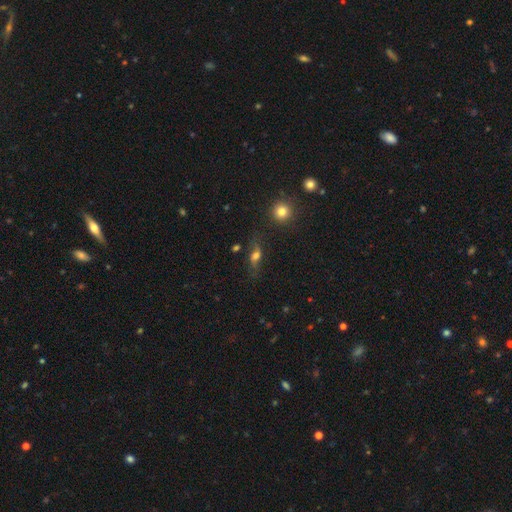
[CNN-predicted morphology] Smooth or featured?
  - smooth: 44% *
  - featured or disk: 43%
  - star or artifact: 13%
Merging?
  - none: 66% *
  - minor disturbance: 19%
  - major disturbance: 11%
  - merger: 4%